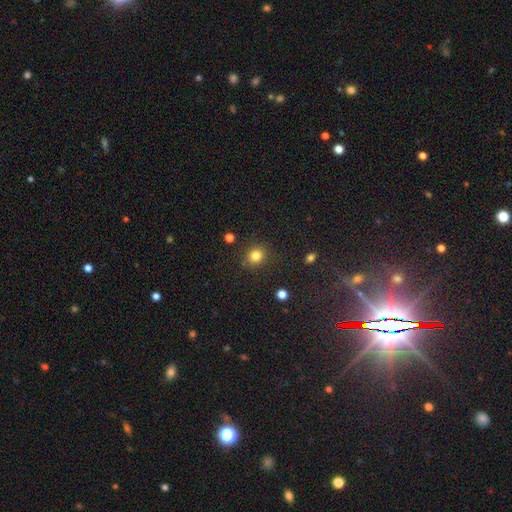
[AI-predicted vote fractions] smooth_or_featured: smooth (p=0.81) [alt: star or artifact p=0.13]
how_rounded: round (p=0.82) [alt: in between p=0.17]
merging: none (p=0.84) [alt: minor disturbance p=0.10]